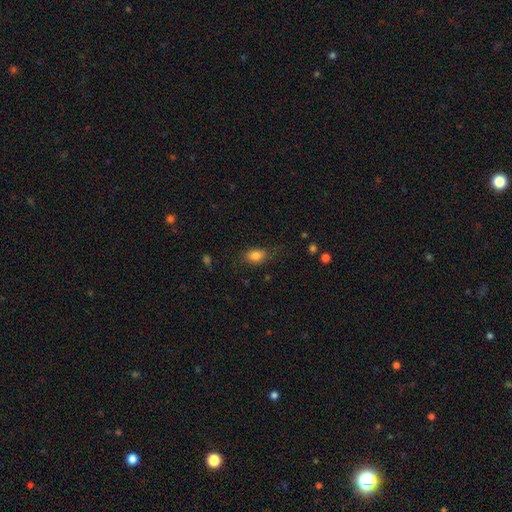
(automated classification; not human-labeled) This is clearly a smooth galaxy (83%). How rounded: likely in between (76%). Merging: likely none (71%).